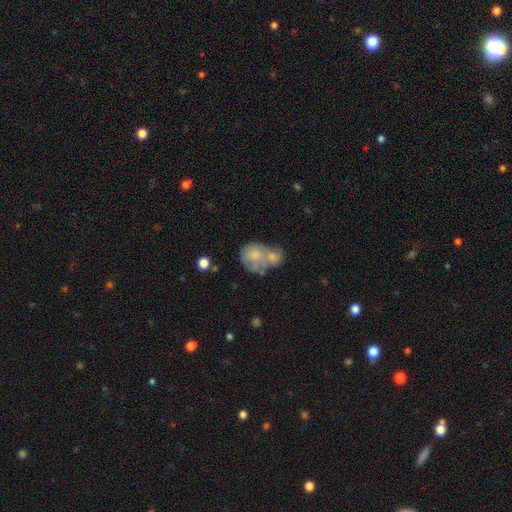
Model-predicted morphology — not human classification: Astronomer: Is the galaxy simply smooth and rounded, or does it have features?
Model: smooth — 60%.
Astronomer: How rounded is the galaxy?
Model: round — 57% (runner-up: in between, 42%).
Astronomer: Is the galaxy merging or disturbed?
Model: merger — 59%.